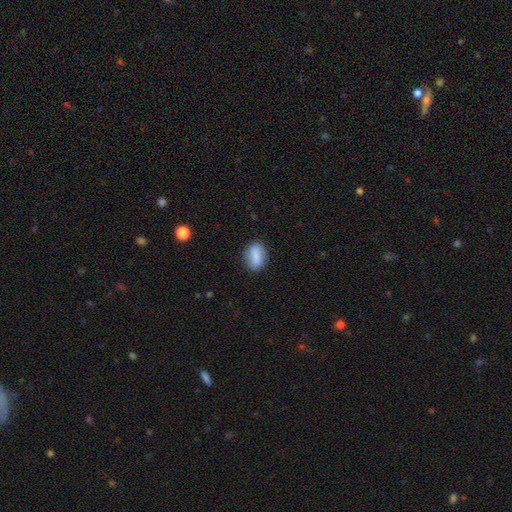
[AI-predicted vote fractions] Overall: smooth (76%). How rounded: in between (79%). Merging: none (81%).